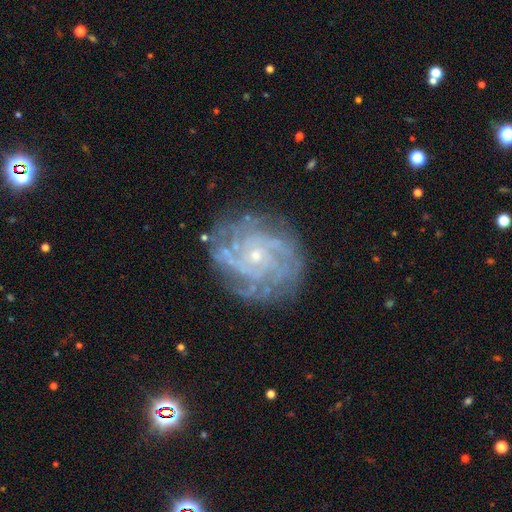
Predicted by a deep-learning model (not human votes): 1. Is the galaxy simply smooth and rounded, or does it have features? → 88% featured or disk, 7% star or artifact, 5% smooth.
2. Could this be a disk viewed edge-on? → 98% no, 2% yes.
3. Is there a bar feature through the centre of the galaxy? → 77% no, 18% weak, 5% strong.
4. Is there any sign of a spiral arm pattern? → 97% yes, 3% no.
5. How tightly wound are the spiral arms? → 73% tight, 23% medium, 4% loose.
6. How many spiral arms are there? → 26% can't tell, 21% 4, 18% 3, 14% 2, 13% more than 4, 7% 1.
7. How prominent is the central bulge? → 78% small, 18% moderate, 2% none, 1% large, 1% dominant.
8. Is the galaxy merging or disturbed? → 79% none, 14% minor disturbance, 6% major disturbance, 1% merger.